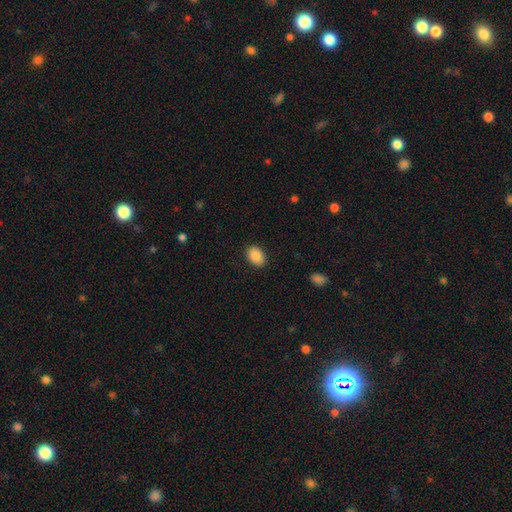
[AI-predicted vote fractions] Q: Smooth or featured?
A: smooth (90%); runner-up: star or artifact (7%)
Q: How rounded?
A: in between (84%); runner-up: round (15%)
Q: Merging?
A: none (89%); runner-up: minor disturbance (8%)